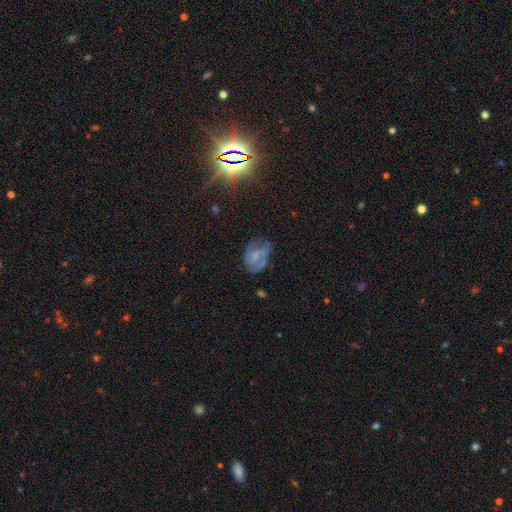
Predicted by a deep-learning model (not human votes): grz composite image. It shows a featured or disk galaxy (57%) with no bar (52%), spiral arms (66%) and a small central bulge (39%). Merging: none (46%).